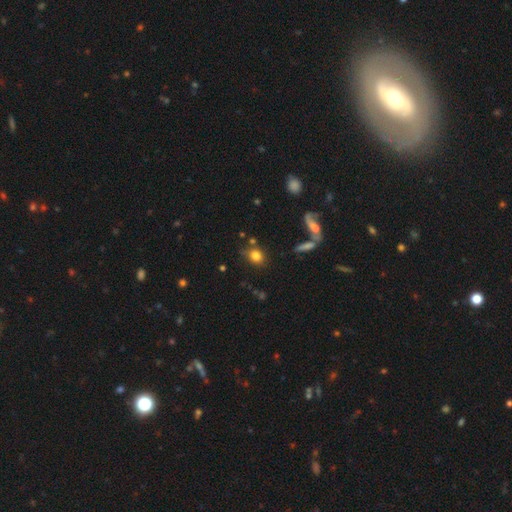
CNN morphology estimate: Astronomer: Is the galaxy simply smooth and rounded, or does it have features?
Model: smooth — 80%.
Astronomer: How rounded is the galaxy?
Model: round — 58% (runner-up: in between, 39%).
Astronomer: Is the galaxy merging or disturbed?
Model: none — 68%.